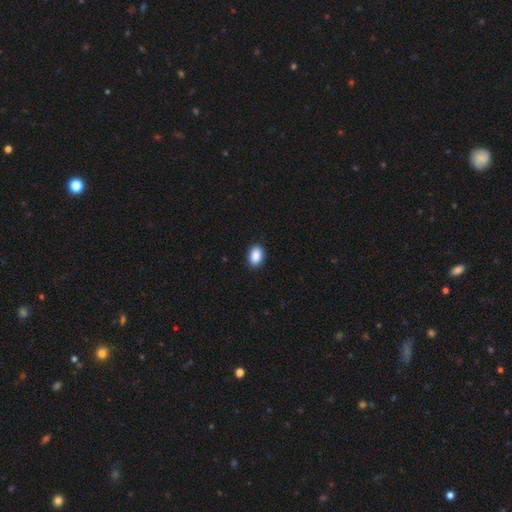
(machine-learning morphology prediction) A smooth galaxy with no disk features (90%) that is in between round and cigar-shaped (86%).

Vote fractions:
- Smooth or featured? smooth: 90% / star or artifact: 7% / featured or disk: 2%
- How rounded? in between: 86% / round: 12% / cigar-shaped: 1%
- Merging? none: 90% / minor disturbance: 8% / major disturbance: 2% / merger: 1%